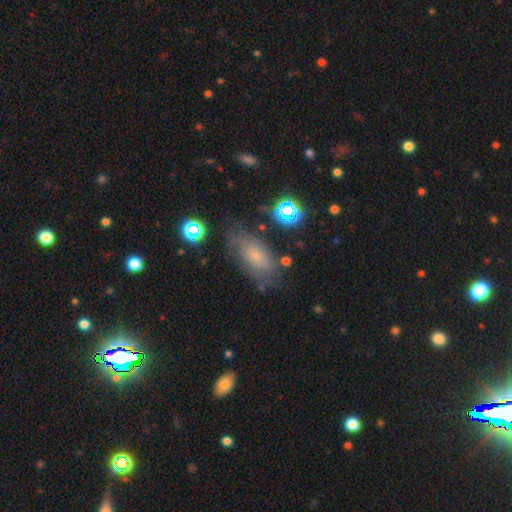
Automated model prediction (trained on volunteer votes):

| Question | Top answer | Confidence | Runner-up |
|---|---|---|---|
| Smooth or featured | smooth | 57% | featured or disk (29%) |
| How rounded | in between | 87% | cigar-shaped (7%) |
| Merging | none | 65% | minor disturbance (22%) |